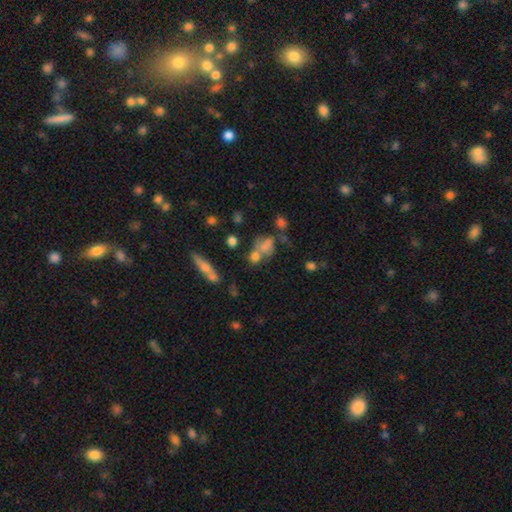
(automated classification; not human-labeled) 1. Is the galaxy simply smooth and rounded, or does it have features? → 64% smooth, 19% featured or disk, 17% star or artifact.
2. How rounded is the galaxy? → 51% in between, 44% round, 5% cigar-shaped.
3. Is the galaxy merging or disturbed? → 41% merger, 35% none, 14% minor disturbance, 10% major disturbance.